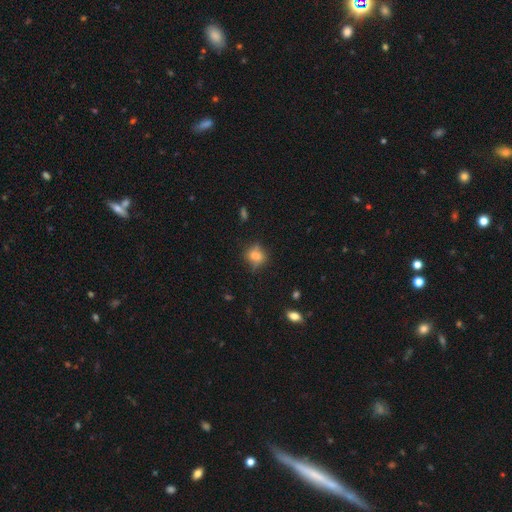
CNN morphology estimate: The model was most divided on "how rounded": round: 63%, in between: 34%, cigar-shaped: 2%. More confident: smooth or featured — smooth (71%); merging — none (59%).